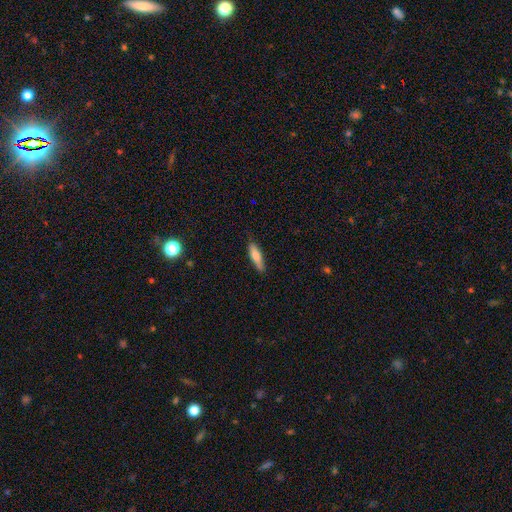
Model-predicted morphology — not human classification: A smooth galaxy with no disk features (76%) that is cigar-shaped (72%). Merging: none (80%).